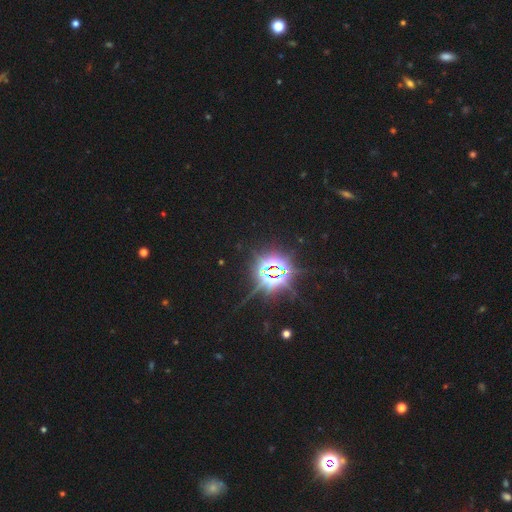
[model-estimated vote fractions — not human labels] smooth-or-featured: star or artifact: 85% | smooth: 8% | featured or disk: 7%